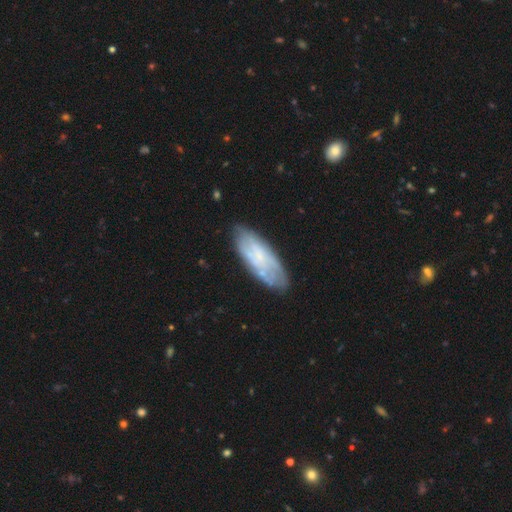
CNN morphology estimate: Overall: smooth (47%; featured or disk 45%). Merging: none (74%).